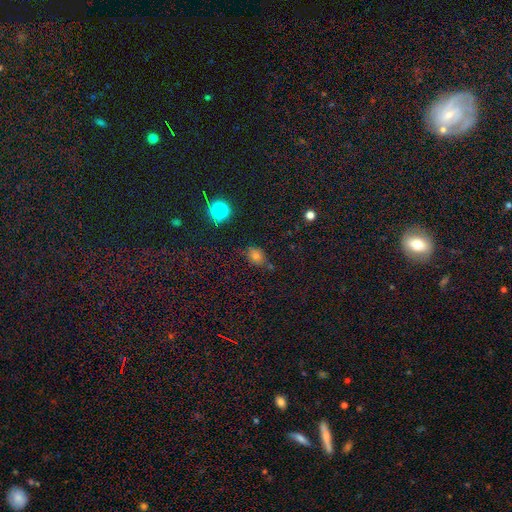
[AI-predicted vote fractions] smooth 64%, star or artifact 27%, featured or disk 8%. Down the decision tree: how rounded — in between (50%); merging — none (71%).